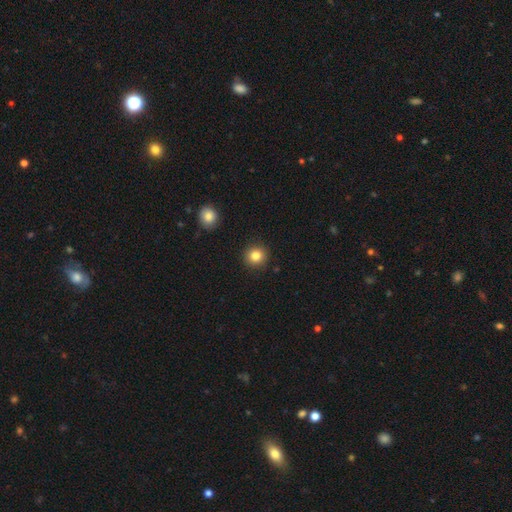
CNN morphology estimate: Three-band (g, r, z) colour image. It shows a smooth galaxy with no disk features (83%) that is round (92%). Merging: none (91%).